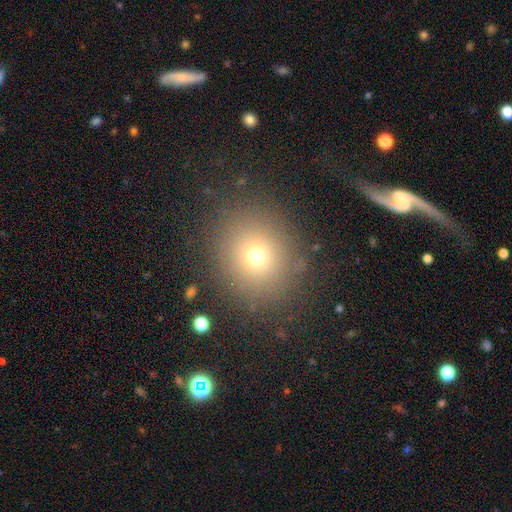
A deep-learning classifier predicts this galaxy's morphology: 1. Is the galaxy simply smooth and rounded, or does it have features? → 69% smooth, 20% star or artifact, 12% featured or disk.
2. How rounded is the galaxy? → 82% round, 17% in between, 1% cigar-shaped.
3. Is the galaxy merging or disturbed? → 85% none, 9% minor disturbance, 5% major disturbance, 2% merger.